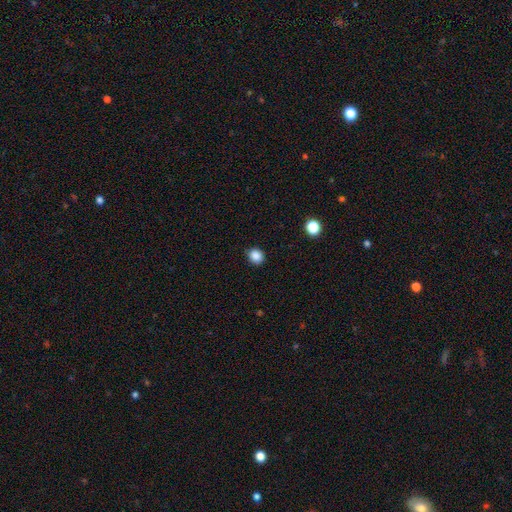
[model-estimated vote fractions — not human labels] Overall: smooth (87%). How rounded: round (75%). Merging: none (88%).